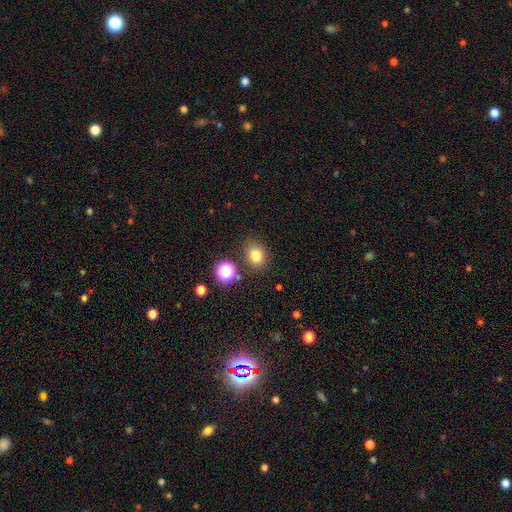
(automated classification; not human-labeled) smooth 79%, star or artifact 14%, featured or disk 7%. Down the decision tree: how rounded — round (53%); merging — none (80%).